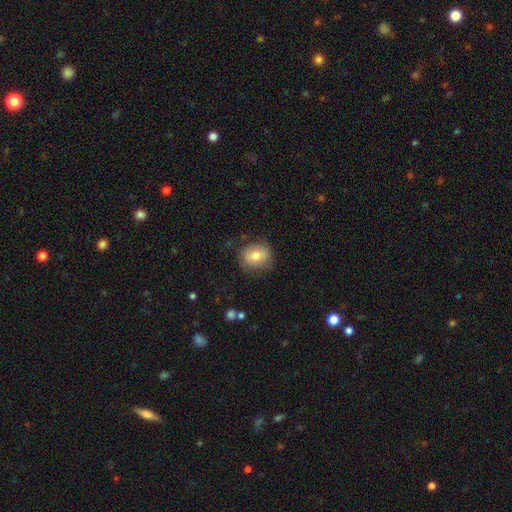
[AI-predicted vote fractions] Morphology: type=smooth (74%); roundness=round (63%); merging=none (75%).